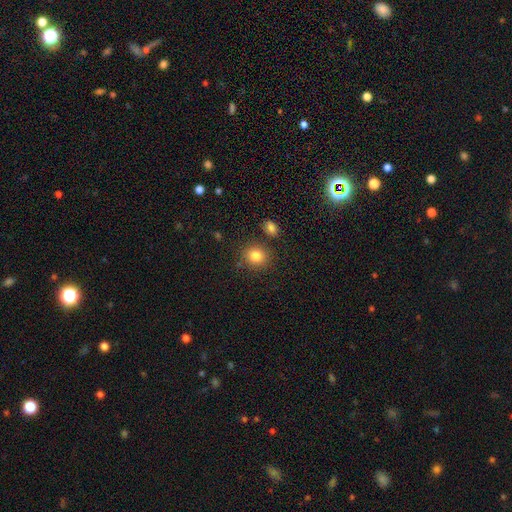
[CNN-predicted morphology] A smooth galaxy with no disk features (84%) that is round (80%).

Vote fractions:
- Smooth or featured? smooth: 84% / star or artifact: 11% / featured or disk: 6%
- How rounded? round: 80% / in between: 19% / cigar-shaped: 1%
- Merging? none: 81% / minor disturbance: 10% / merger: 6% / major disturbance: 3%